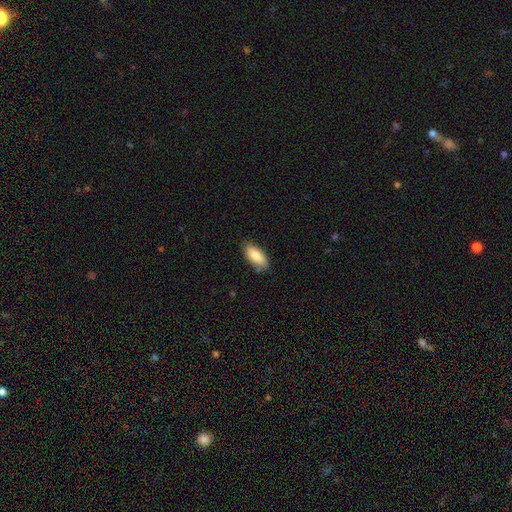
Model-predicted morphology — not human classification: This appears to be a smooth galaxy with no disk features (83%) that is in between round and cigar-shaped (83%). Merging: none (80%).